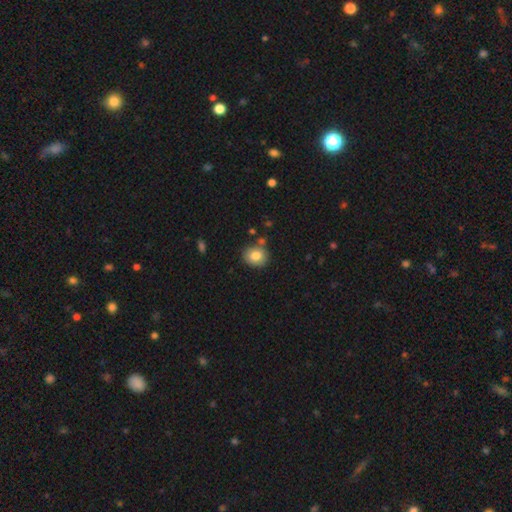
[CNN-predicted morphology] Q: Smooth or featured?
A: smooth (81%); runner-up: featured or disk (10%)
Q: How rounded?
A: round (69%); runner-up: in between (30%)
Q: Merging?
A: none (78%); runner-up: minor disturbance (12%)